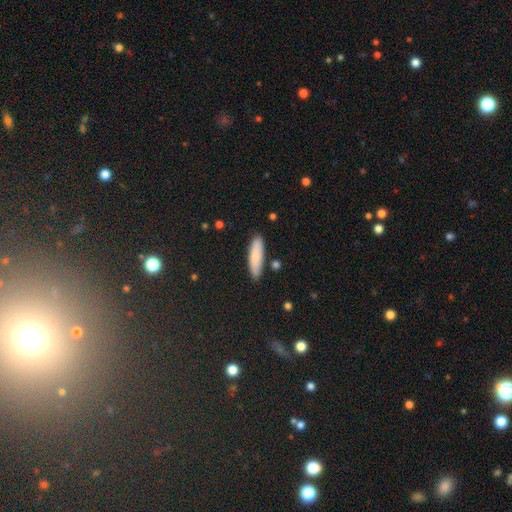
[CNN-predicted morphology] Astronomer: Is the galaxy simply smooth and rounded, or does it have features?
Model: smooth — 82%.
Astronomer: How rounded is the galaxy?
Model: cigar-shaped — 69%.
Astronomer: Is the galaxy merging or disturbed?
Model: none — 85%.